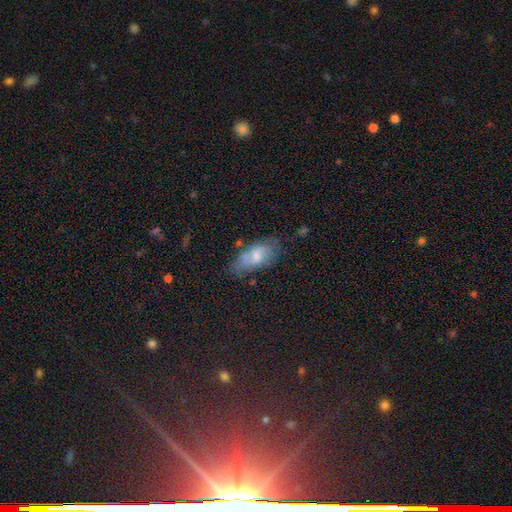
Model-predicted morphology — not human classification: This is possibly a smooth galaxy (56%). How rounded: clearly in between (87%). Merging: possibly none (54%).